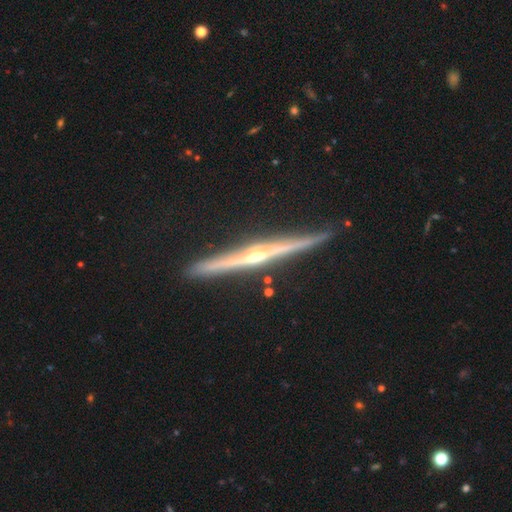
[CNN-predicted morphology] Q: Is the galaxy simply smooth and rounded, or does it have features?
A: featured or disk — 87%.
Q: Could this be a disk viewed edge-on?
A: yes — 98%.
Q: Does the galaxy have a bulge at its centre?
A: rounded — 83%.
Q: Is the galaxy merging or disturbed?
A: none — 88%.